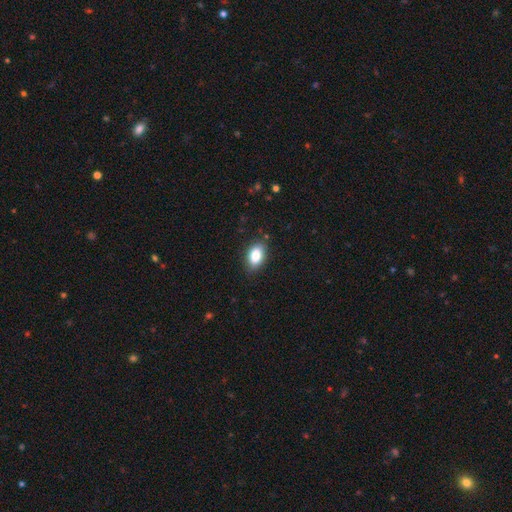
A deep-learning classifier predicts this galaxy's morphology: type=smooth (84%); roundness=in between (90%); merging=none (83%).